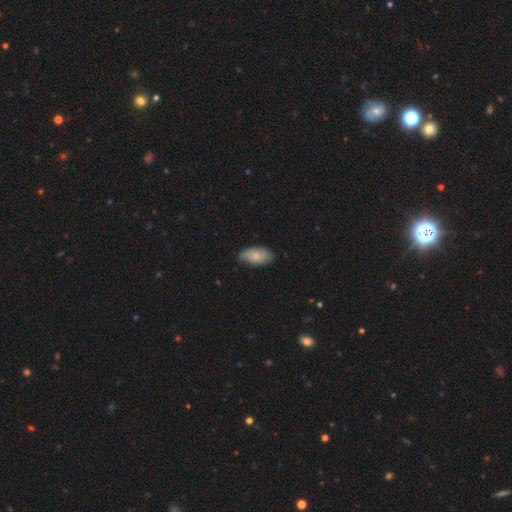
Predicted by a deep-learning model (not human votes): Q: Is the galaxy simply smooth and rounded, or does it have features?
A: smooth — 73%.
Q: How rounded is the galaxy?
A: in between — 94%.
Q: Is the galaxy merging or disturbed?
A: none — 72%.